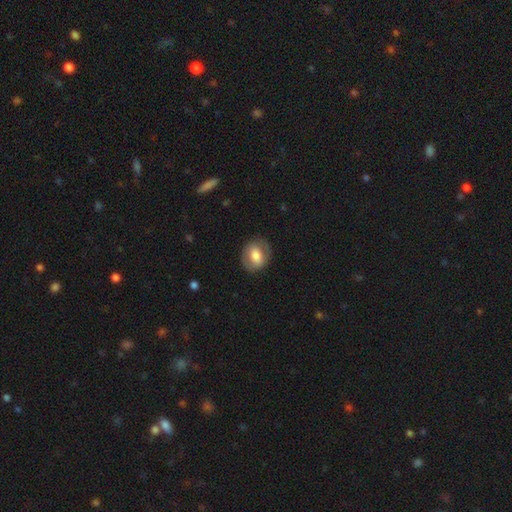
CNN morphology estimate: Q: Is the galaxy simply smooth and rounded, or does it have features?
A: smooth — 66%.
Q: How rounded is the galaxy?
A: in between — 53%.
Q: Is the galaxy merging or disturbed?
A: none — 82%.